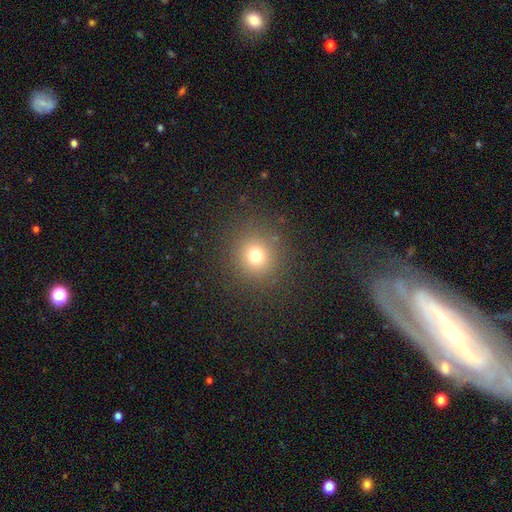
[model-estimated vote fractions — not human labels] This is likely a smooth galaxy (73%). How rounded: clearly round (90%). Merging: clearly none (87%).